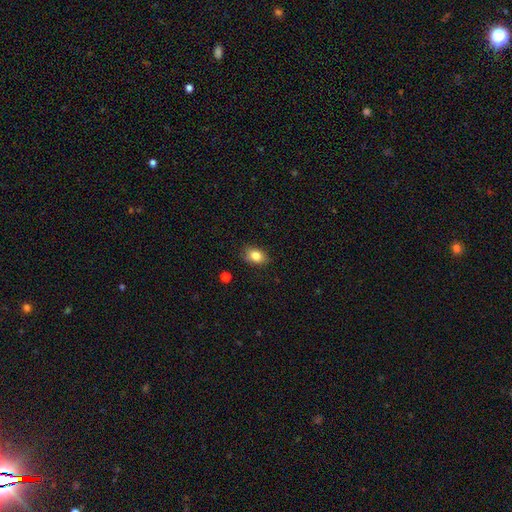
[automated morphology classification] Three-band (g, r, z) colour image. It shows a smooth galaxy with no disk features (84%) that is in between round and cigar-shaped (79%). Merging: none (83%).